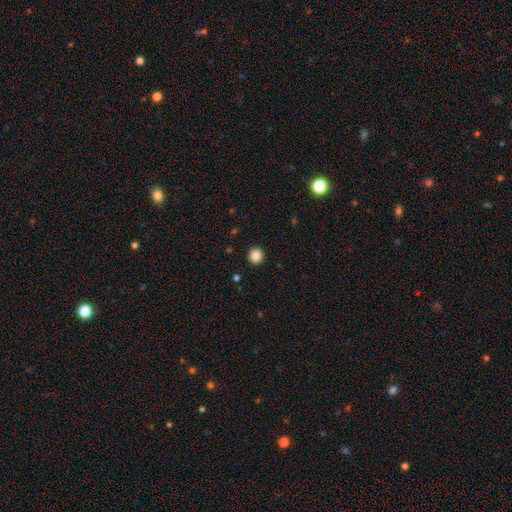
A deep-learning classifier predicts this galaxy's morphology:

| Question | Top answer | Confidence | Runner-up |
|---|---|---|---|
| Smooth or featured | smooth | 87% | star or artifact (10%) |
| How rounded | round | 91% | in between (8%) |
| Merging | none | 92% | minor disturbance (5%) |